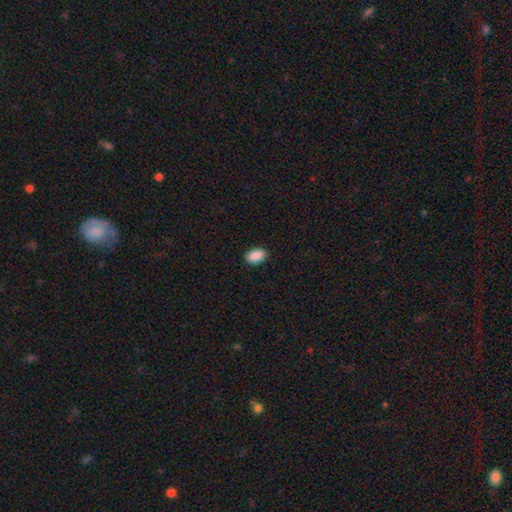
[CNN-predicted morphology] Smooth or featured? Predicted: smooth (p=0.90). How rounded? Predicted: in between (p=0.92). Merging? Predicted: none (p=0.89).